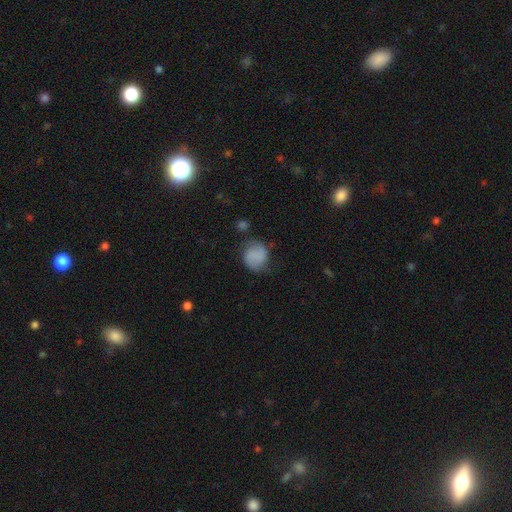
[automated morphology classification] This appears to be a smooth galaxy with no disk features (60%) that is round (77%). Merging: none (64%).